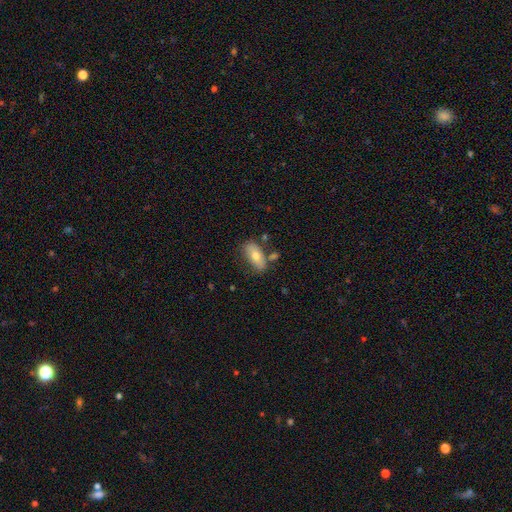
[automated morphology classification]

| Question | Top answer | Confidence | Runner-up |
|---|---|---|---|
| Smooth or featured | smooth | 68% | featured or disk (25%) |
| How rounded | in between | 86% | cigar-shaped (10%) |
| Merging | none | 65% | minor disturbance (19%) |